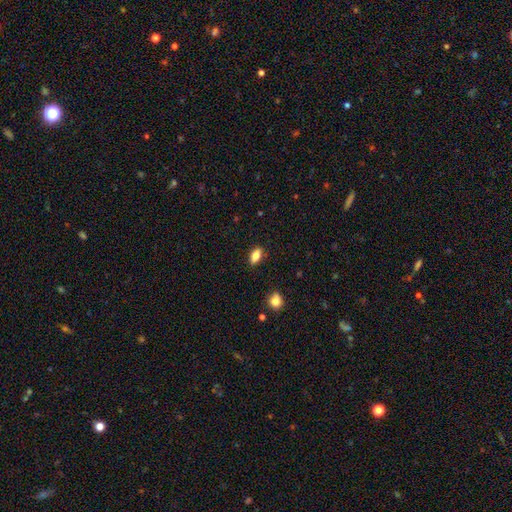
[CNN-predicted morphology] Smooth or featured? smooth (80%)
How rounded? in between (87%)
Merging? none (87%)